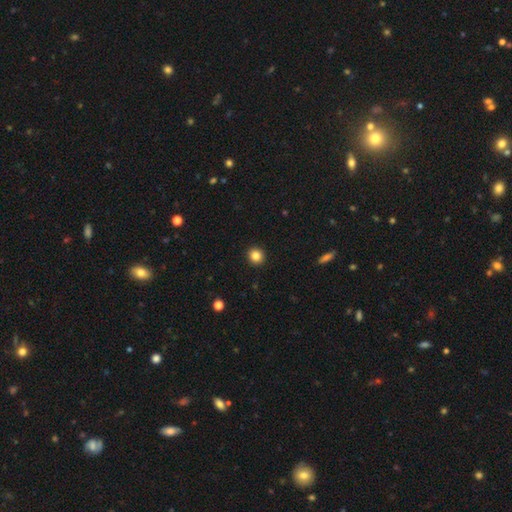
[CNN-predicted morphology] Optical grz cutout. It shows a smooth galaxy with no disk features (84%) that is round (91%). Merging: none (93%).